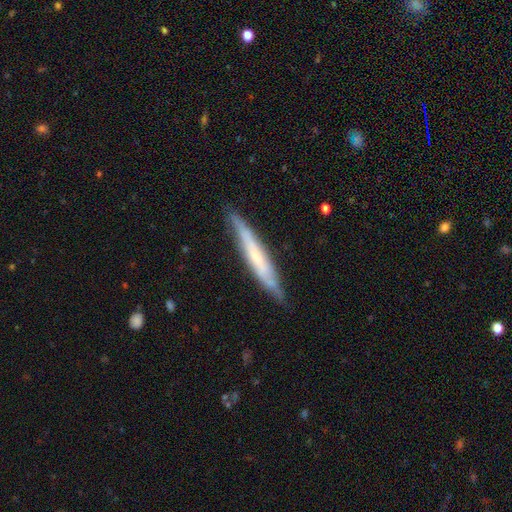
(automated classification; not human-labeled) smooth-or-featured: featured or disk: 53% | smooth: 41% | star or artifact: 6%
  disk-edge-on: yes: 84% | no: 16%
  merging: none: 79% | minor disturbance: 17% | major disturbance: 3% | merger: 1%